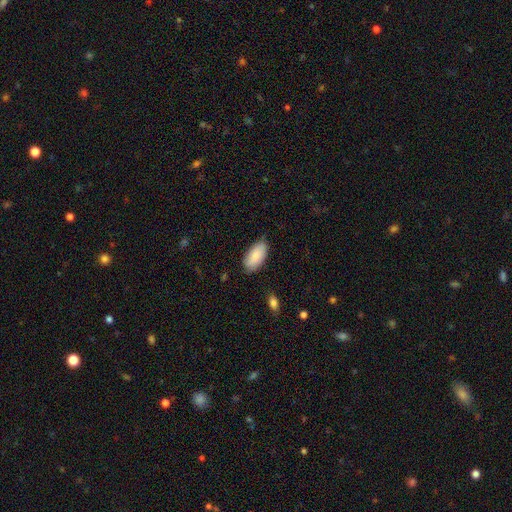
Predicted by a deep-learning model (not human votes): smooth-or-featured: smooth: 85% | featured or disk: 9% | star or artifact: 6%
  how-rounded: in between: 94% | cigar-shaped: 4% | round: 2%
  merging: none: 78% | minor disturbance: 18% | major disturbance: 3% | merger: 1%